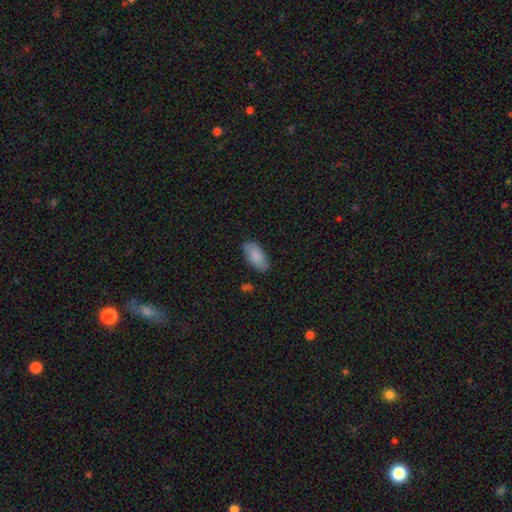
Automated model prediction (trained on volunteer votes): Q: Smooth or featured?
A: smooth (85%); runner-up: featured or disk (9%)
Q: How rounded?
A: in between (94%); runner-up: cigar-shaped (4%)
Q: Merging?
A: none (82%); runner-up: minor disturbance (13%)